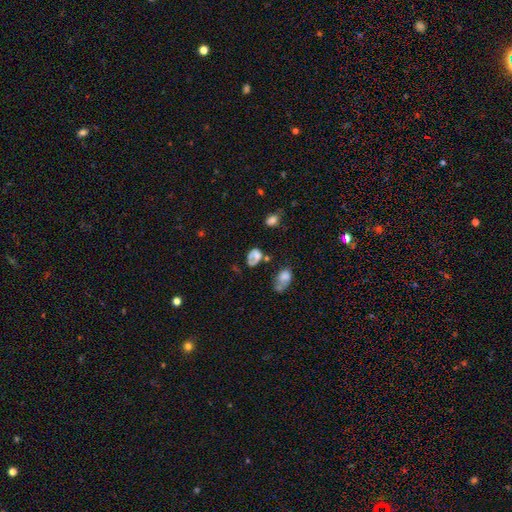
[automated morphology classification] smooth_or_featured: smooth (p=0.53) [alt: featured or disk p=0.31]
how_rounded: in between (p=0.65) [alt: round p=0.34]
merging: none (p=0.37) [alt: minor disturbance p=0.24]